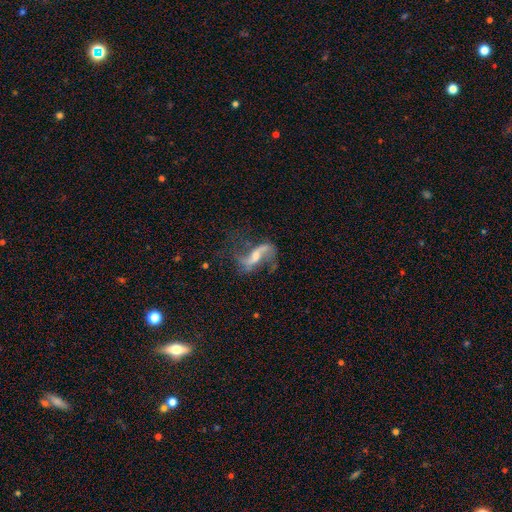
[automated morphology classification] Overall: featured or disk (84%). Edge-on disk: no (93%). Bar: weak (39%; strong 36%). Spiral arms: yes (93%). Spiral arm count: 2 (90%). Spiral winding: loose (82%). Bulge size: moderate (46%; small 40%). Merging: none (60%).